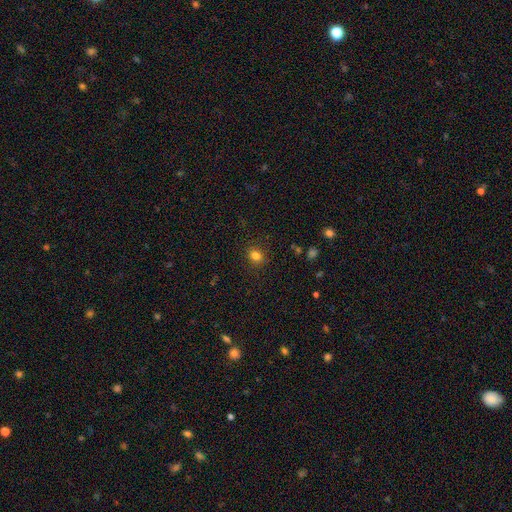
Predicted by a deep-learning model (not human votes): This is clearly a smooth galaxy (82%). How rounded: possibly round (59%). Merging: clearly none (87%).